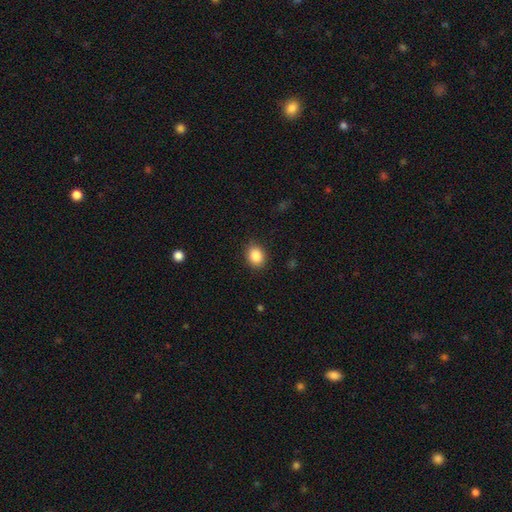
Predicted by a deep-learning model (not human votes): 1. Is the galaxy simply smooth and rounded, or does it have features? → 87% smooth, 9% star or artifact, 4% featured or disk.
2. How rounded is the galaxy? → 50% in between, 49% round, 1% cigar-shaped.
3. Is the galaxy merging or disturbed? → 87% none, 9% minor disturbance, 2% major disturbance, 1% merger.